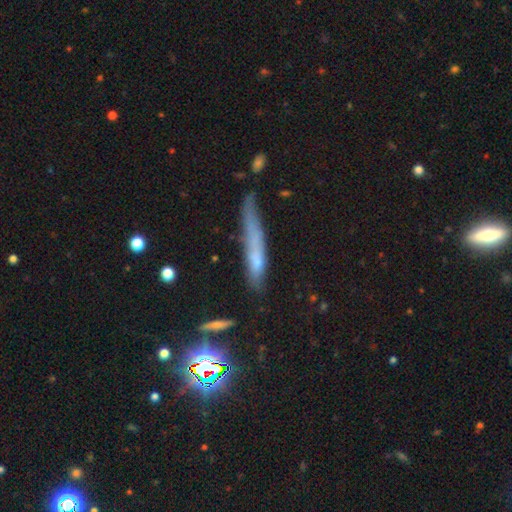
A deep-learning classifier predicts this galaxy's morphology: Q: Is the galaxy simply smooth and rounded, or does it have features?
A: smooth — 55%.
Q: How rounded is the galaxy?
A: cigar-shaped — 90%.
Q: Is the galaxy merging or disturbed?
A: none — 46%.